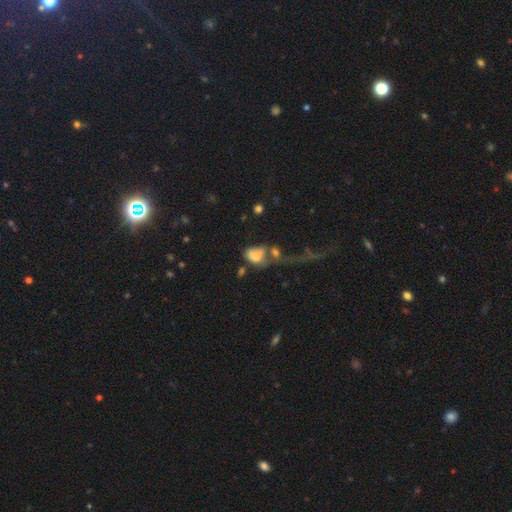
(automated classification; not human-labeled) This appears to be a smooth galaxy with no disk features (67%) that is in between round and cigar-shaped (78%). Merging: merger (43%).